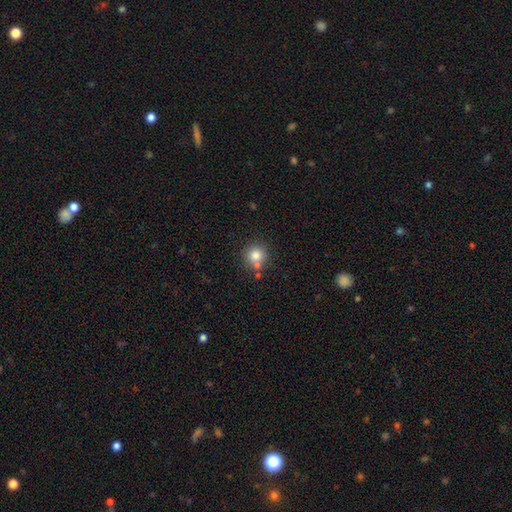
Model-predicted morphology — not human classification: smooth_or_featured: smooth (p=0.80) [alt: star or artifact p=0.12]
how_rounded: round (p=0.92) [alt: in between p=0.08]
merging: none (p=0.69) [alt: merger p=0.18]